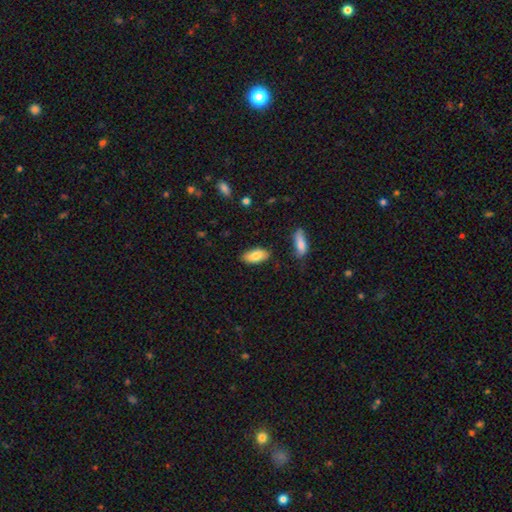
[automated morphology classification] This is clearly a smooth galaxy (82%). How rounded: clearly in between (88%). Merging: clearly none (83%).